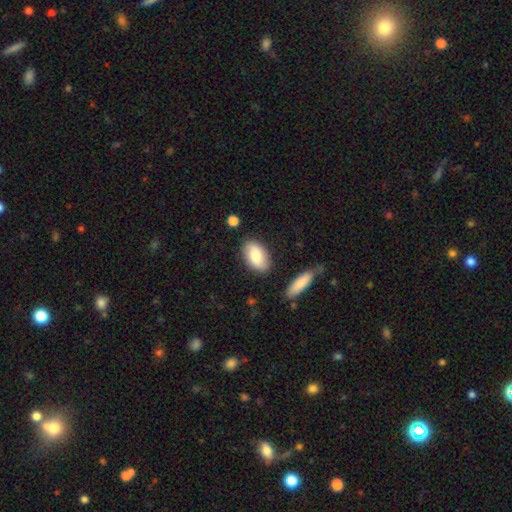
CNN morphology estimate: smooth_or_featured: smooth (p=0.76) [alt: featured or disk p=0.18]
how_rounded: in between (p=0.92) [alt: round p=0.06]
merging: none (p=0.81) [alt: minor disturbance p=0.12]